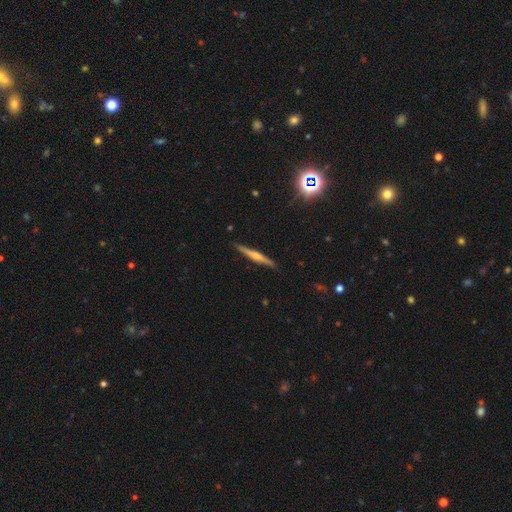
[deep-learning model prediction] A featured or disk galaxy (68%) viewed edge-on (98%) with a rounded central bulge (83%). Merging: none (90%).